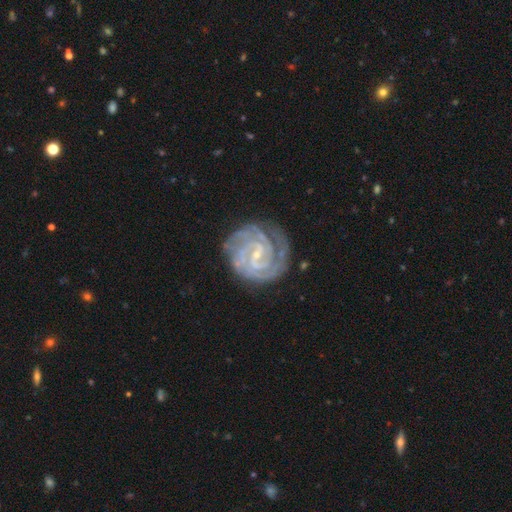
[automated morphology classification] A featured or disk galaxy (91%) with a weak bar (49%), 2 (37%) tight (81%) spiral arms (99%) and a small central bulge (79%).

Vote fractions:
- Smooth or featured? featured or disk: 91% / star or artifact: 5% / smooth: 4%
- Edge-on disk? no: 98% / yes: 2%
- Bar? weak: 49% / no: 26% / strong: 25%
- Spiral arms? yes: 99% / no: 1%
- Spiral winding? tight: 81% / medium: 17% / loose: 2%
- Spiral arm count? 2: 37% / 3: 23% / can't tell: 14% / 4: 13% / more than 4: 6% / 1: 6%
- Bulge size? small: 79% / moderate: 14% / none: 5% / large: 1% / dominant: 1%
- Merging? none: 77% / minor disturbance: 16% / major disturbance: 5% / merger: 2%